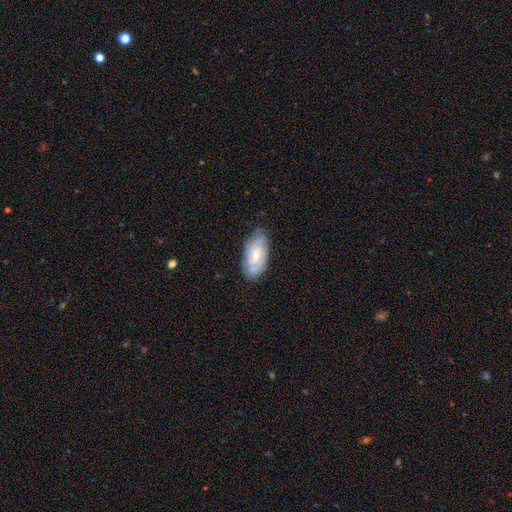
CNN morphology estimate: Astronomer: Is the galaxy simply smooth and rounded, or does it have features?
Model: featured or disk — 57% (runner-up: smooth, 37%).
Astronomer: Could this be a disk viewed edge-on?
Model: no — 93%.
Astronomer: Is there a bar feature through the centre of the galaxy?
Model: no — 51% (runner-up: weak, 42%).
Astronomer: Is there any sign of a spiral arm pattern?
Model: yes — 82%.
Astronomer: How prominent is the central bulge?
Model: small — 52% (runner-up: moderate, 43%).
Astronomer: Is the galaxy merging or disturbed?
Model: none — 74%.